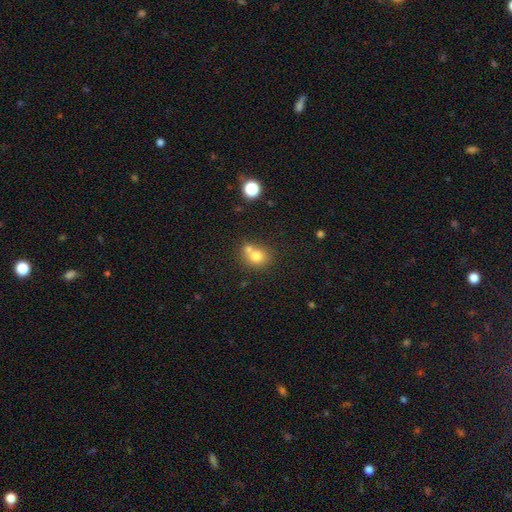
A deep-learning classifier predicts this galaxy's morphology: smooth 75%, featured or disk 13%, star or artifact 12%. Down the decision tree: how rounded — round (74%); merging — merger (46%).